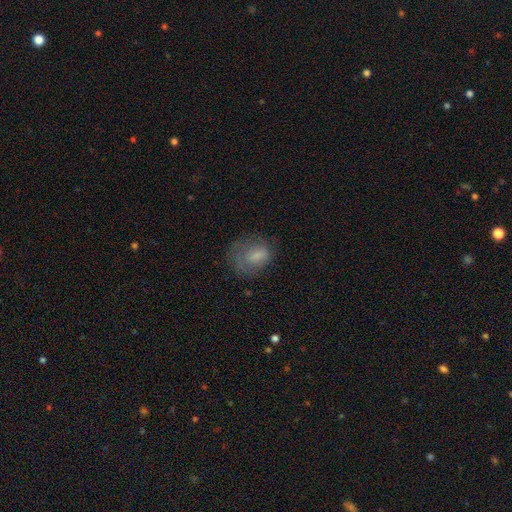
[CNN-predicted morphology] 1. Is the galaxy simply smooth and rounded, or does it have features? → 67% smooth, 23% featured or disk, 10% star or artifact.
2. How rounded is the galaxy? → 68% in between, 30% round, 2% cigar-shaped.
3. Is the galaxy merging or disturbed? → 47% none, 26% minor disturbance, 24% major disturbance, 2% merger.